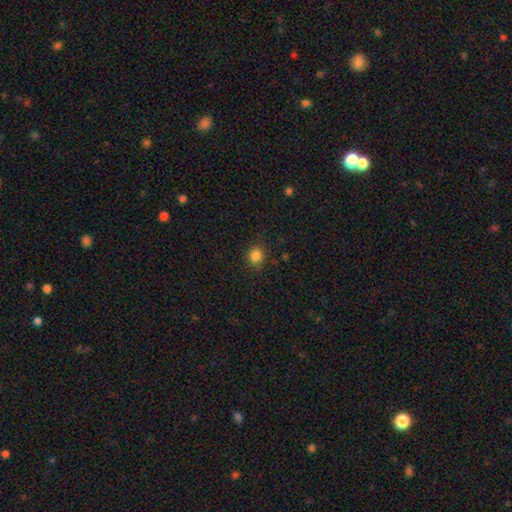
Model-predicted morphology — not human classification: Smooth or featured: smooth — 84% (star or artifact — 12%)
How rounded: round — 84% (in between — 15%)
Merging: none — 86% (minor disturbance — 10%)